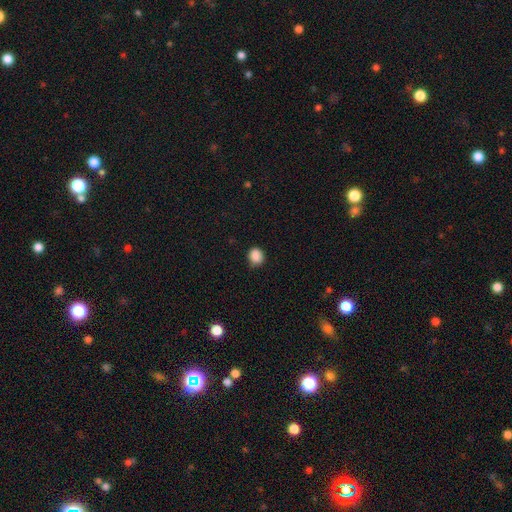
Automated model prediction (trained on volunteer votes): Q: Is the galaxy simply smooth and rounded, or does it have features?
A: smooth — 87%.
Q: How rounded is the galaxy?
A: round — 77%.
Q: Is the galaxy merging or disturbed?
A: none — 82%.